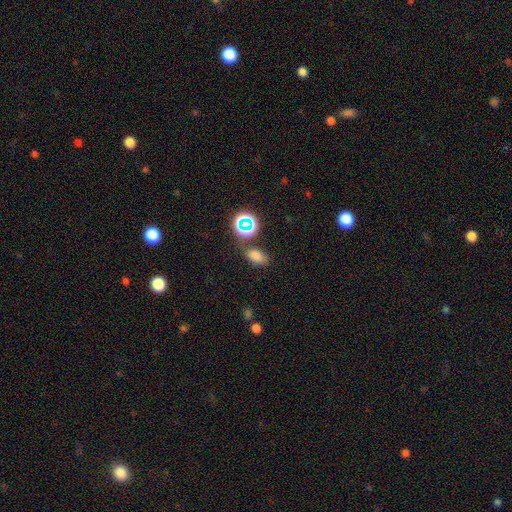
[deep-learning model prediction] This appears to be a smooth galaxy with no disk features (71%) that is in between round and cigar-shaped (85%). Merging: none (71%).